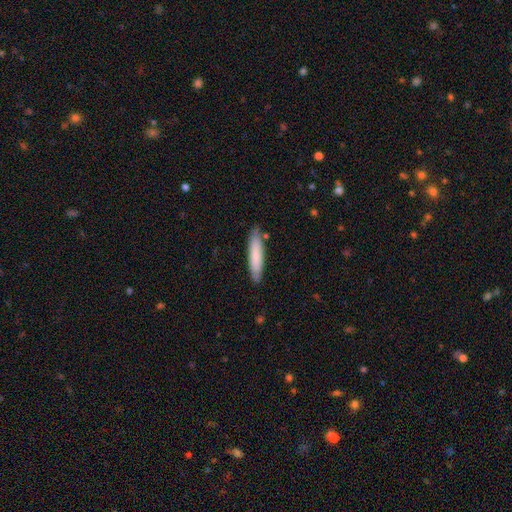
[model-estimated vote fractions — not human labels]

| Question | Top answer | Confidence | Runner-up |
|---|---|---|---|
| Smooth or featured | smooth | 79% | featured or disk (16%) |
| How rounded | cigar-shaped | 87% | in between (12%) |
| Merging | none | 84% | minor disturbance (12%) |